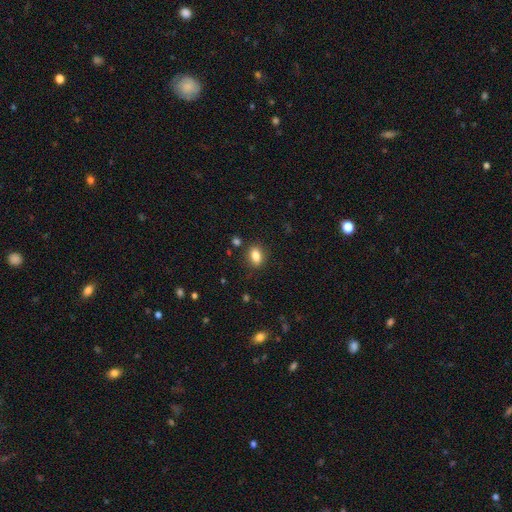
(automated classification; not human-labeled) Morphology: type=smooth (84%); roundness=in between (80%); merging=none (85%).